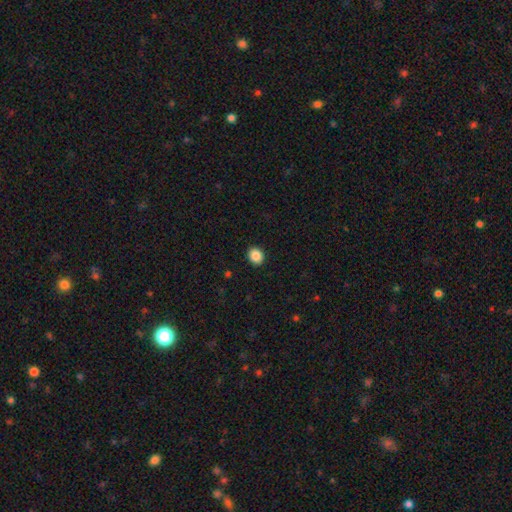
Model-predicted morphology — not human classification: A smooth galaxy with no disk features (88%) that is round (65%).

Vote fractions:
- Smooth or featured? smooth: 88% / star or artifact: 9% / featured or disk: 3%
- How rounded? round: 65% / in between: 34% / cigar-shaped: 1%
- Merging? none: 92% / minor disturbance: 5% / major disturbance: 2% / merger: 1%